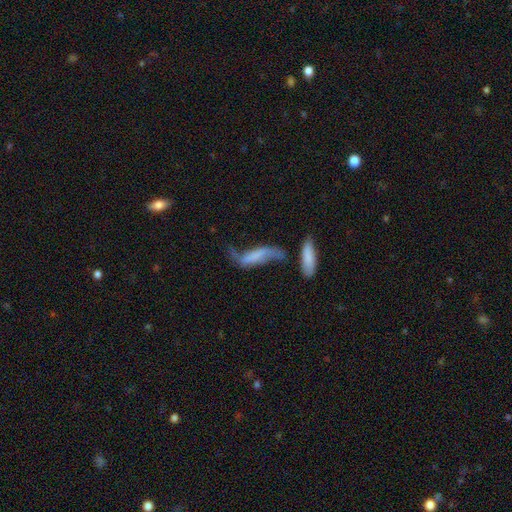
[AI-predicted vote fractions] Q: Smooth or featured?
A: featured or disk (57%); runner-up: smooth (33%)
Q: Edge-on disk?
A: no (78%); runner-up: yes (22%)
Q: Merging?
A: none (34%); runner-up: major disturbance (24%)